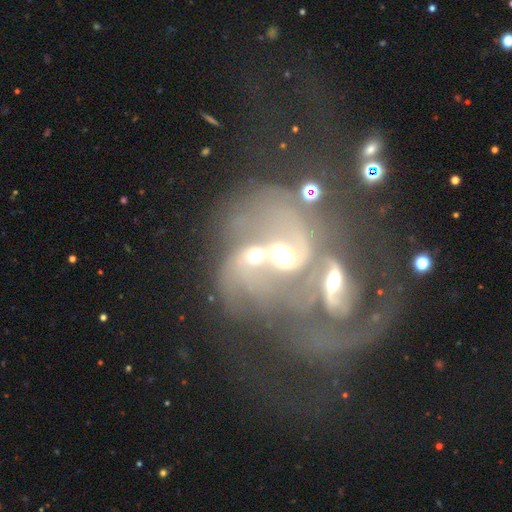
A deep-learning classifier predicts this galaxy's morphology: This is likely a featured or disk galaxy (65%). It is clearly not viewed edge-on (97%). Bar: possibly no (54%). Spiral arm pattern: likely yes (78%). Central bulge: possibly moderate (56%). Merging: clearly merger (83%).